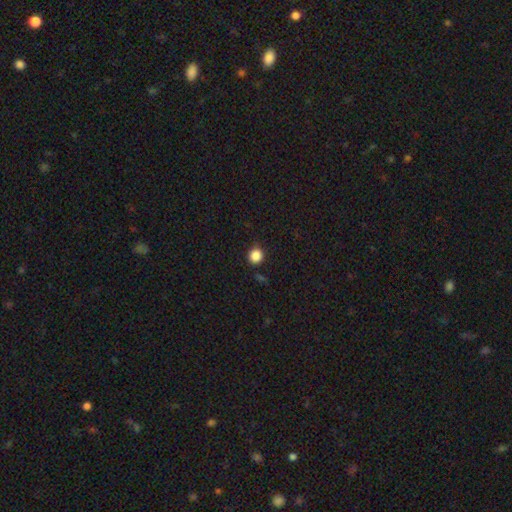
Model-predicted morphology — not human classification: smooth_or_featured: smooth (p=0.86) [alt: star or artifact p=0.11]
how_rounded: round (p=0.88) [alt: in between p=0.11]
merging: none (p=0.87) [alt: minor disturbance p=0.09]